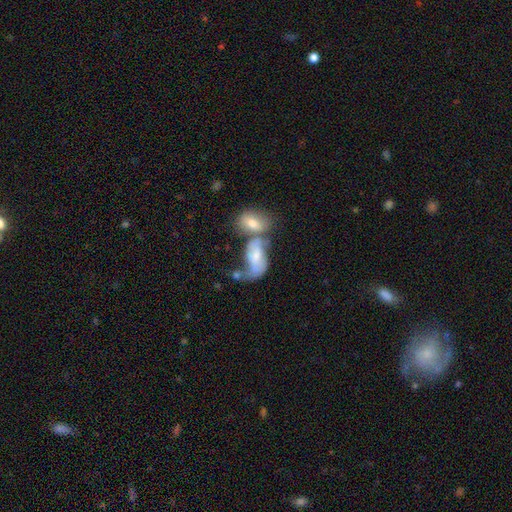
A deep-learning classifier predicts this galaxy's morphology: type=smooth (52%); roundness=in between (88%); merging=merger (59%).